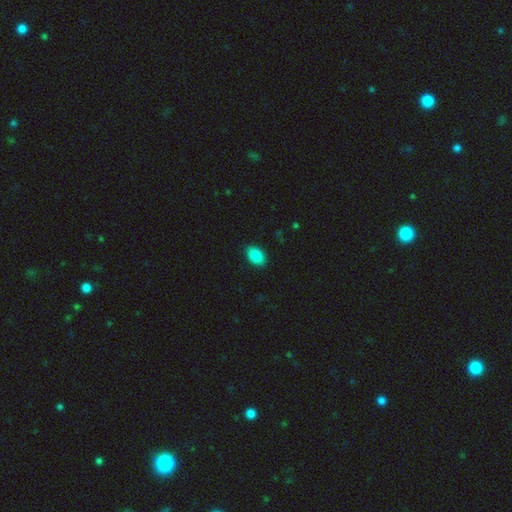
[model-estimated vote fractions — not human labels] This is clearly a smooth galaxy (88%). How rounded: clearly in between (87%). Merging: clearly none (89%).